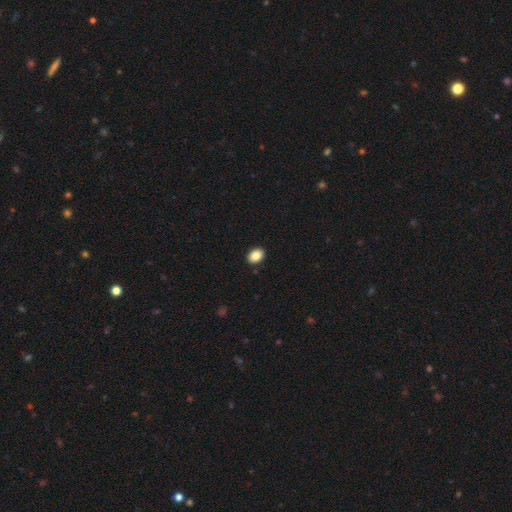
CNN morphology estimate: smooth 87%, star or artifact 8%, featured or disk 5%. Down the decision tree: how rounded — in between (73%); merging — none (91%).